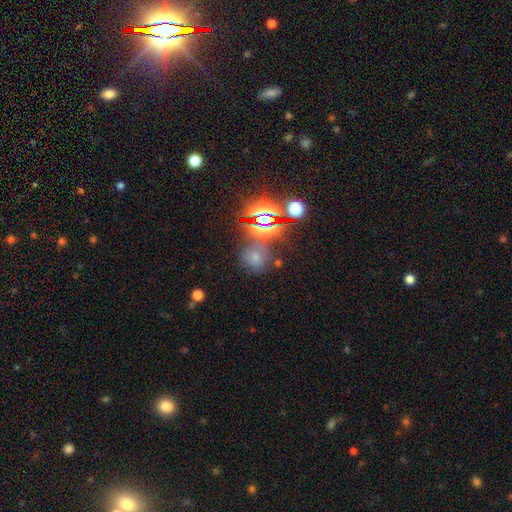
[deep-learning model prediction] Overall: star or artifact (47%; smooth 41%).